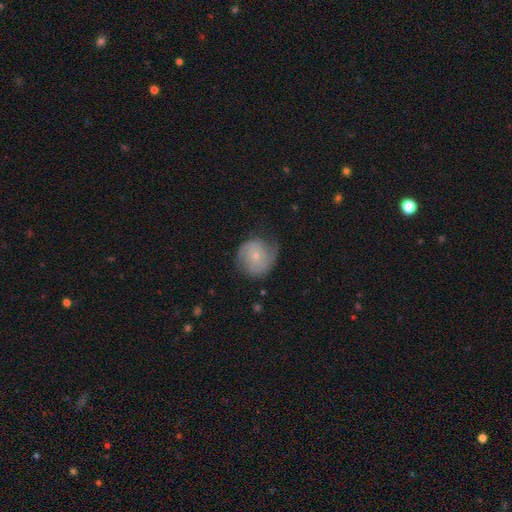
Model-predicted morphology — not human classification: A featured or disk galaxy (66%) with no bar (76%), 2 (70%) tight (44%) spiral arms (90%) and a small central bulge (72%).

Vote fractions:
- Smooth or featured? featured or disk: 66% / smooth: 28% / star or artifact: 7%
- Edge-on disk? no: 98% / yes: 2%
- Bar? no: 76% / weak: 21% / strong: 4%
- Spiral arms? yes: 90% / no: 10%
- Spiral winding? tight: 44% / medium: 38% / loose: 18%
- Spiral arm count? 2: 70% / can't tell: 14% / 1: 6% / 3: 5% / 4: 2% / more than 4: 2%
- Bulge size? small: 72% / moderate: 23% / none: 3% / large: 1% / dominant: 1%
- Merging? none: 66% / minor disturbance: 23% / major disturbance: 10% / merger: 1%